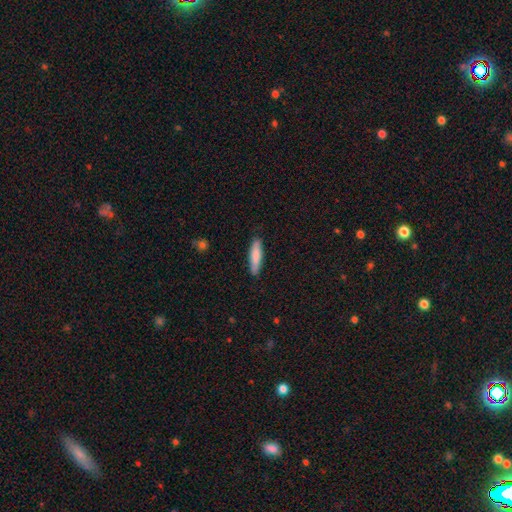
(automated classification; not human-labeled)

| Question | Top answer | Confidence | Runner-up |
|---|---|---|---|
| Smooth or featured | smooth | 82% | featured or disk (13%) |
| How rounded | cigar-shaped | 76% | in between (22%) |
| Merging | none | 85% | minor disturbance (12%) |